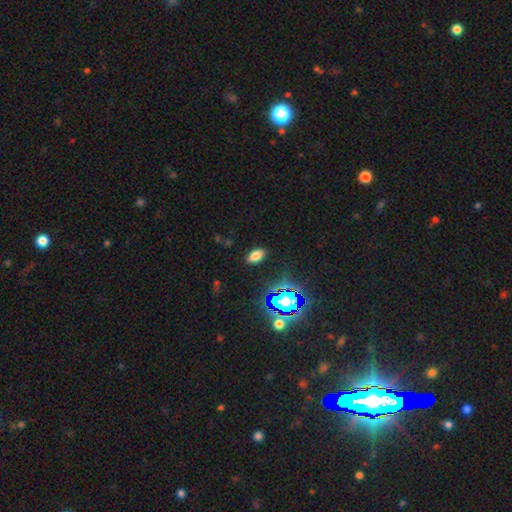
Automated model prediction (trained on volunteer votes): Smooth or featured?
  - smooth: 71% *
  - star or artifact: 22%
  - featured or disk: 7%
How rounded?
  - in between: 91% *
  - round: 6%
  - cigar-shaped: 3%
Merging?
  - none: 88% *
  - minor disturbance: 8%
  - major disturbance: 3%
  - merger: 1%